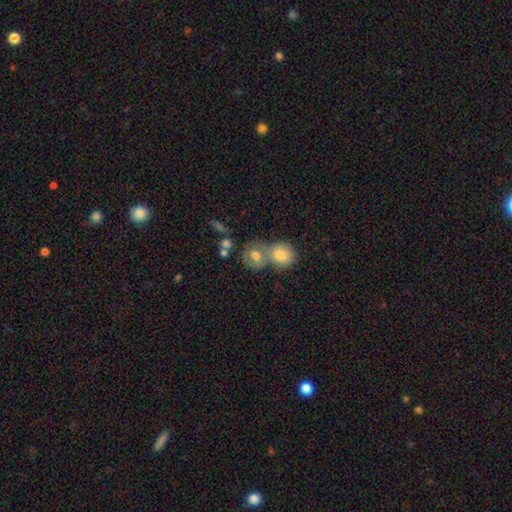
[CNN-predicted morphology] smooth 69%, featured or disk 22%, star or artifact 9%. Down the decision tree: how rounded — round (69%); merging — merger (62%).